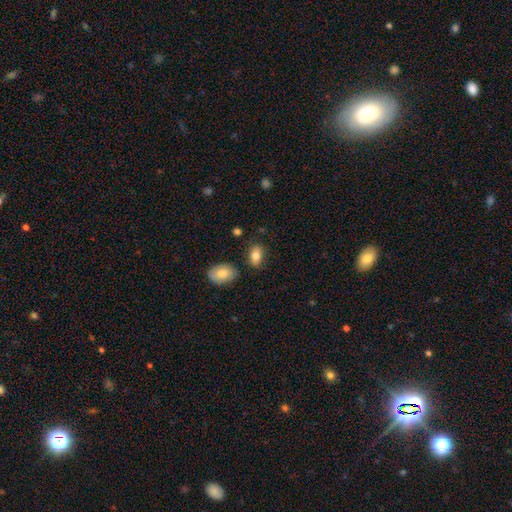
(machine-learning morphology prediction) smooth_or_featured: smooth (p=0.81) [alt: featured or disk p=0.11]
how_rounded: in between (p=0.88) [alt: round p=0.10]
merging: none (p=0.78) [alt: minor disturbance p=0.14]